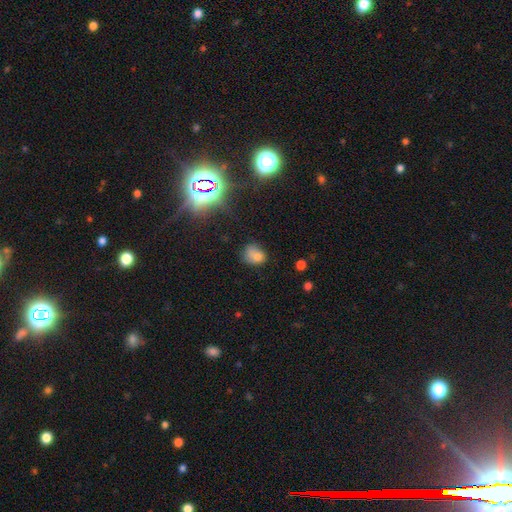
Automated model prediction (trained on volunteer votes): smooth_or_featured: smooth (p=0.71) [alt: star or artifact p=0.16]
how_rounded: in between (p=0.50) [alt: round p=0.49]
merging: none (p=0.44) [alt: minor disturbance p=0.26]